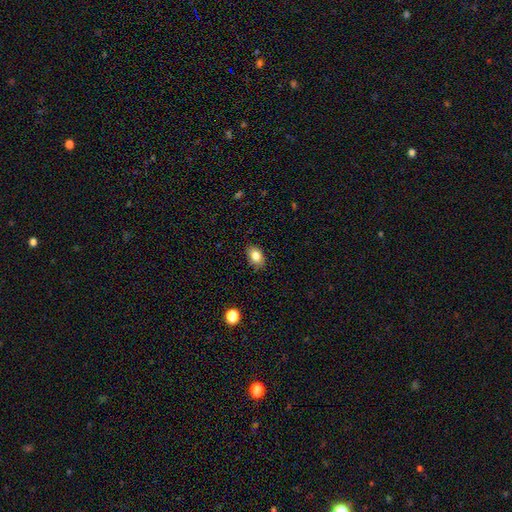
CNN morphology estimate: smooth 82%, featured or disk 9%, star or artifact 9%. Down the decision tree: how rounded — in between (81%); merging — none (83%).